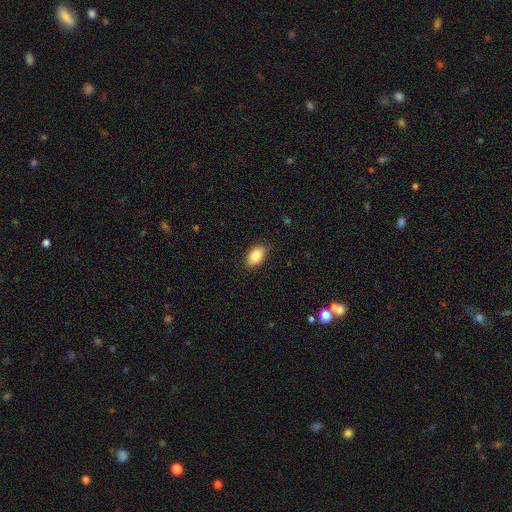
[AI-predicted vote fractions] This is clearly a smooth galaxy (86%). How rounded: clearly in between (92%). Merging: clearly none (85%).